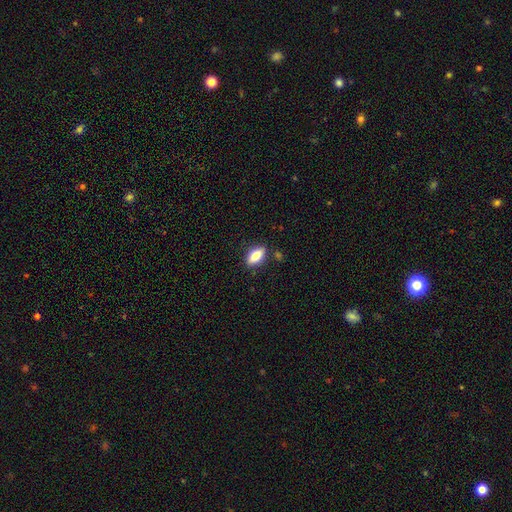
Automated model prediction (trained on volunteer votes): Smooth or featured?
  - smooth: 74% *
  - featured or disk: 19%
  - star or artifact: 7%
How rounded?
  - in between: 82% *
  - cigar-shaped: 14%
  - round: 4%
Merging?
  - none: 84% *
  - minor disturbance: 11%
  - merger: 3%
  - major disturbance: 2%